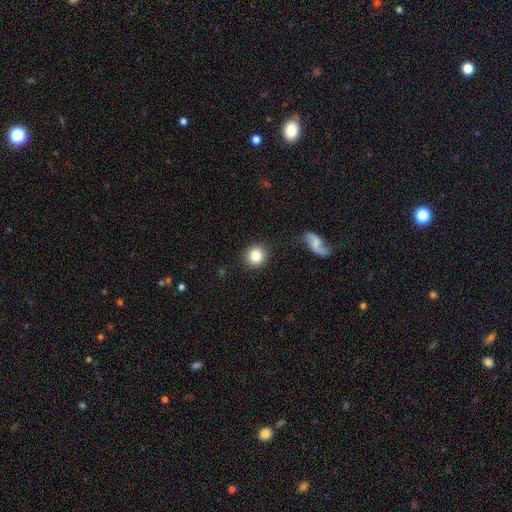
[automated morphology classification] A smooth galaxy with no disk features (84%) that is round (90%). Merging: none (88%).